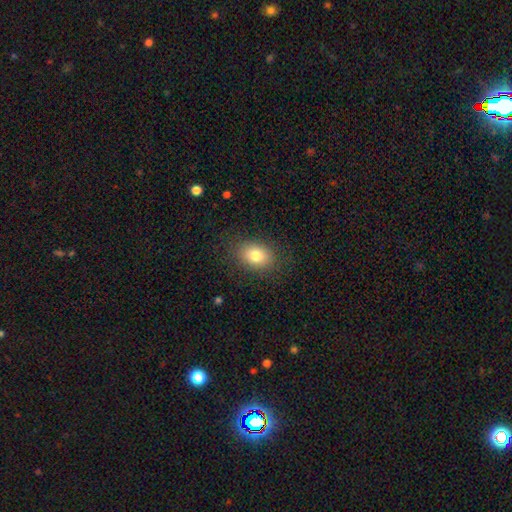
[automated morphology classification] The model was most divided on "how rounded": in between: 70%, round: 29%, cigar-shaped: 1%. More confident: merging — none (84%); smooth or featured — smooth (79%).